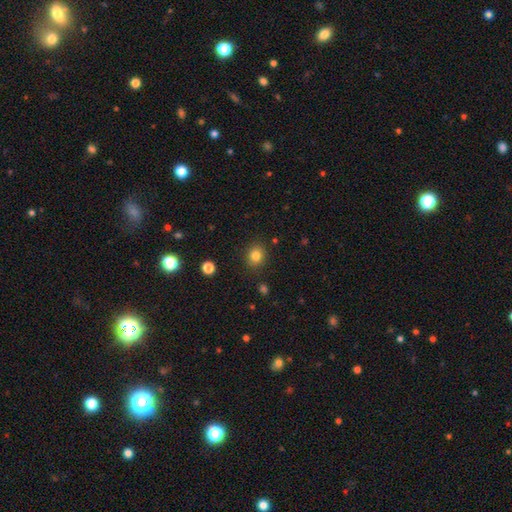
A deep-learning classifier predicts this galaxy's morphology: This appears to be a smooth galaxy with no disk features (81%) that is round (75%). Merging: none (88%).